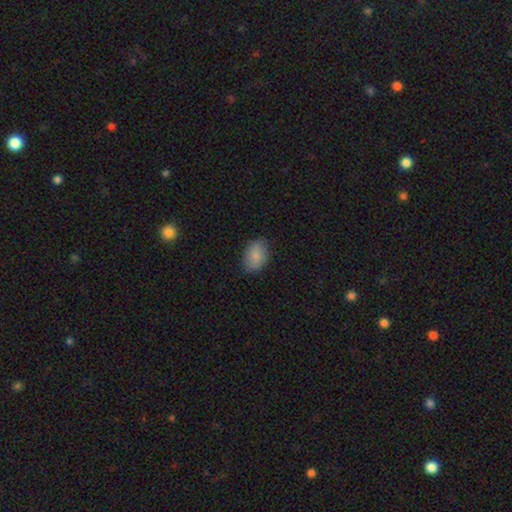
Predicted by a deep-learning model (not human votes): Smooth or featured?
  - smooth: 84% *
  - featured or disk: 9%
  - star or artifact: 7%
How rounded?
  - in between: 82% *
  - round: 17%
  - cigar-shaped: 1%
Merging?
  - none: 82% *
  - minor disturbance: 14%
  - major disturbance: 3%
  - merger: 1%